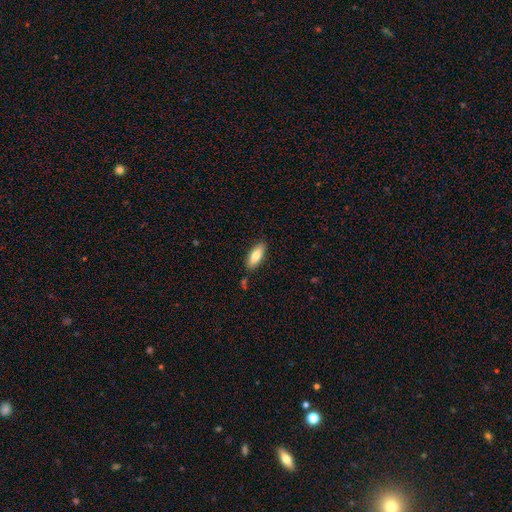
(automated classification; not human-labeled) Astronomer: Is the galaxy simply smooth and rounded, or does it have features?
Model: smooth — 79%.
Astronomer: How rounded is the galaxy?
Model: in between — 75%.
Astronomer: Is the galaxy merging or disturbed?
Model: none — 84%.